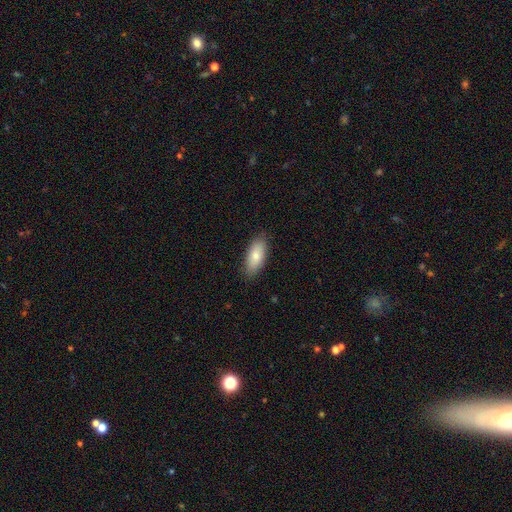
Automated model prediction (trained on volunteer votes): A smooth galaxy with no disk features (80%) that is in between round and cigar-shaped (84%). Merging: none (86%).